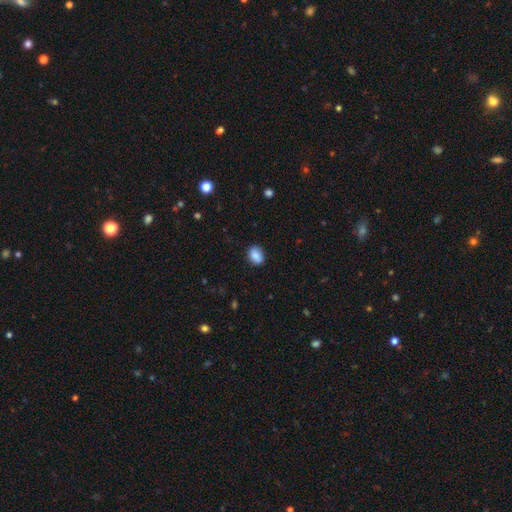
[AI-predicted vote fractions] smooth-or-featured: smooth: 87% | star or artifact: 8% | featured or disk: 5%
  how-rounded: in between: 70% | round: 29% | cigar-shaped: 1%
  merging: none: 84% | minor disturbance: 13% | major disturbance: 3% | merger: 1%